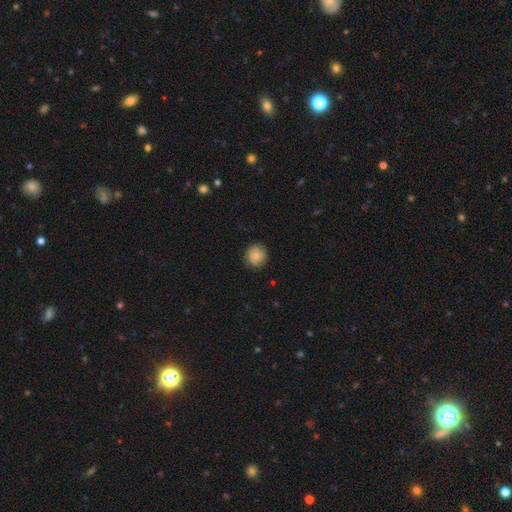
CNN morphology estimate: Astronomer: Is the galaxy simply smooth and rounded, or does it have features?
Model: smooth — 80%.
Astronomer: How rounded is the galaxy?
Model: round — 87%.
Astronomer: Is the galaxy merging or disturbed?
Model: none — 83%.